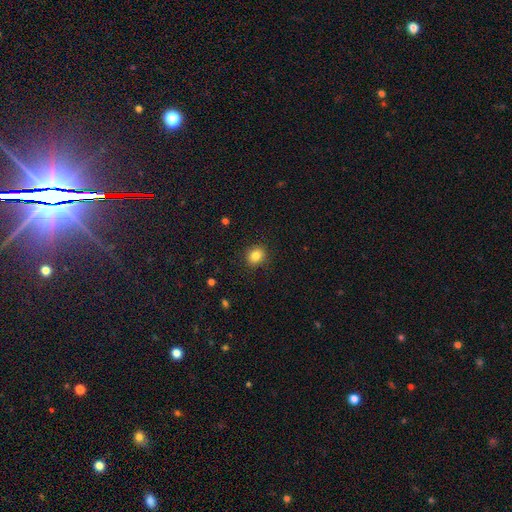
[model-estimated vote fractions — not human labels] This appears to be a smooth galaxy with no disk features (83%) that is round (68%). Merging: none (89%).